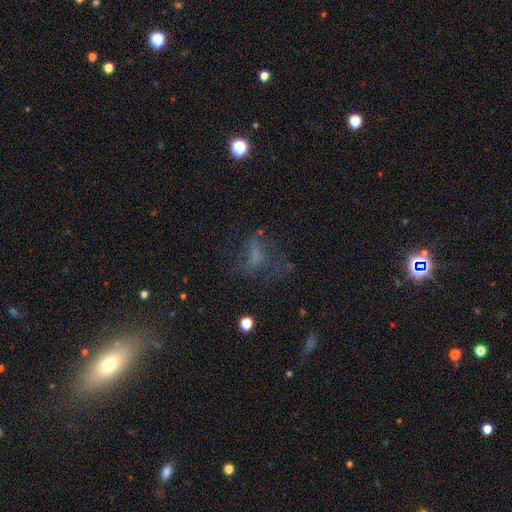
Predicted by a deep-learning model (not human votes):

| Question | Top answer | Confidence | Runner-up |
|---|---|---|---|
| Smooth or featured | smooth | 37% | featured or disk (35%) |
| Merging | none | 42% | major disturbance (37%) |